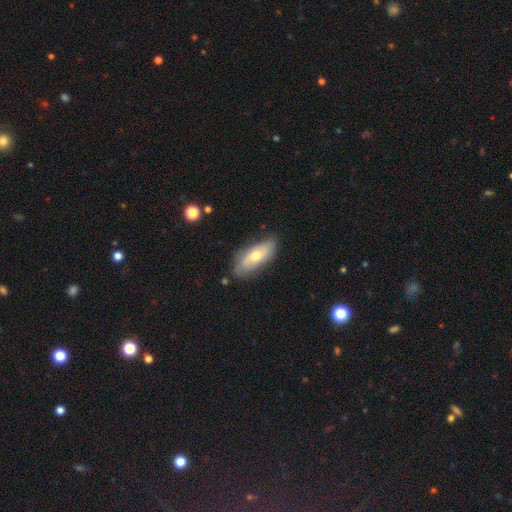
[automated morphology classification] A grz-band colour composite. It shows a smooth galaxy with no disk features (59%) that is in between round and cigar-shaped (79%). Merging: none (79%).